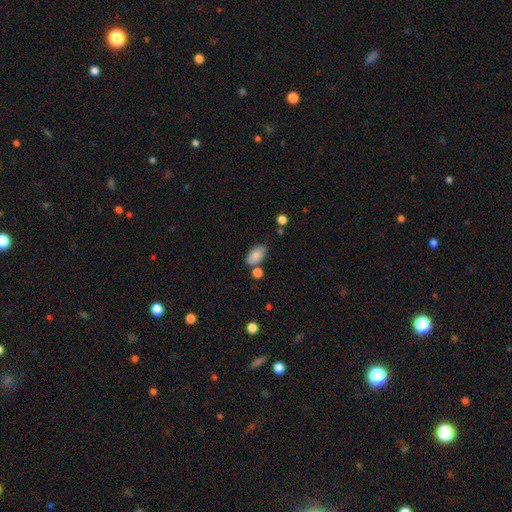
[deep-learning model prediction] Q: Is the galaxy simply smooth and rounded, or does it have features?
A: smooth — 84%.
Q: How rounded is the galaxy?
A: in between — 93%.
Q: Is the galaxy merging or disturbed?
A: none — 68%.